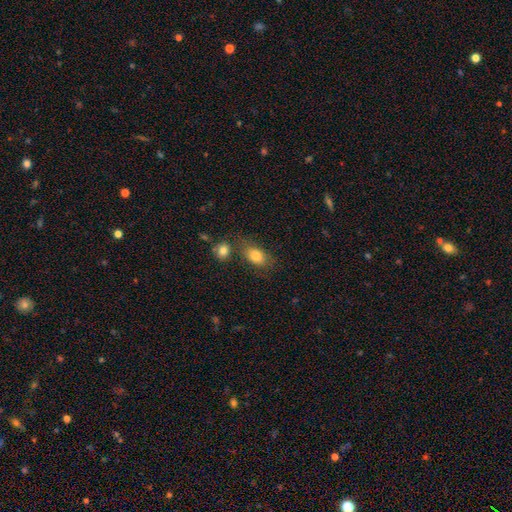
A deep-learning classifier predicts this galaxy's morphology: The model was most divided on "merging": none: 64%, minor disturbance: 17%, merger: 14%, major disturbance: 6%. More confident: smooth or featured — smooth (81%); how rounded — in between (81%).